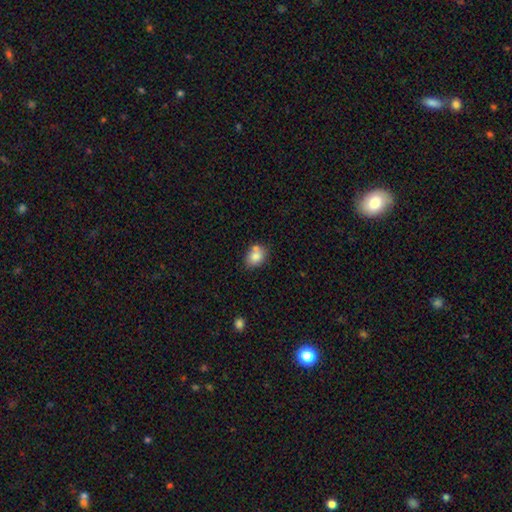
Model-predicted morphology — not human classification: smooth-or-featured: smooth: 79% | featured or disk: 12% | star or artifact: 9%
  how-rounded: in between: 64% | round: 35% | cigar-shaped: 1%
  merging: none: 57% | merger: 24% | minor disturbance: 16% | major disturbance: 4%